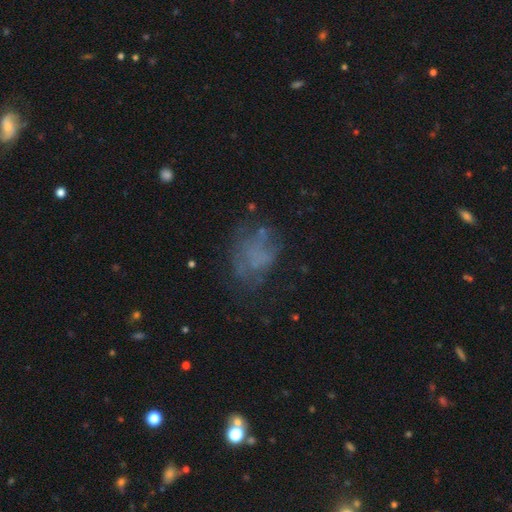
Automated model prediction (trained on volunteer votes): This appears to be a featured or disk galaxy (44%). Merging: none (50%).